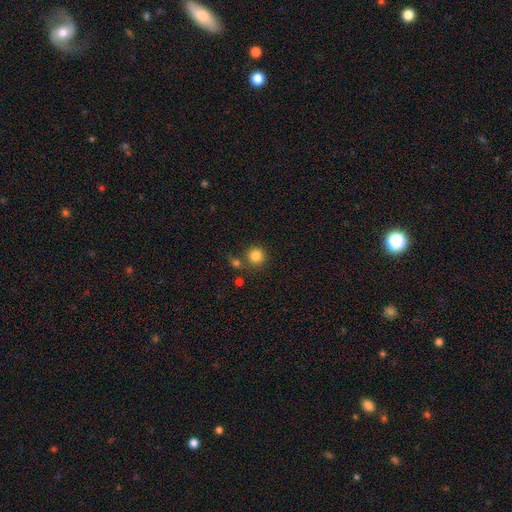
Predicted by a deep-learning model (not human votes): Q: Smooth or featured?
A: smooth (83%); runner-up: star or artifact (11%)
Q: How rounded?
A: round (93%); runner-up: in between (6%)
Q: Merging?
A: none (74%); runner-up: merger (14%)